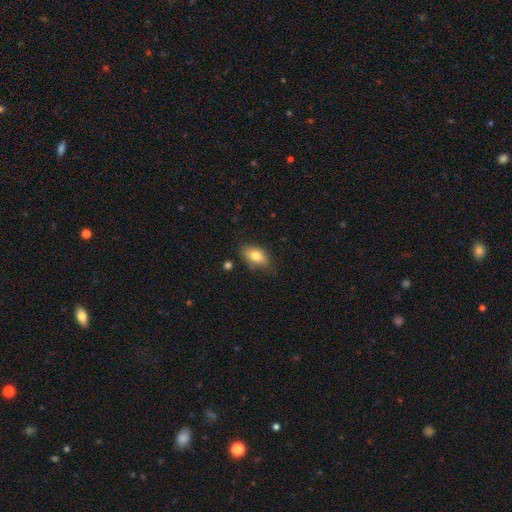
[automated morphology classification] A smooth galaxy with no disk features (79%) that is in between round and cigar-shaped (88%). Merging: none (74%).